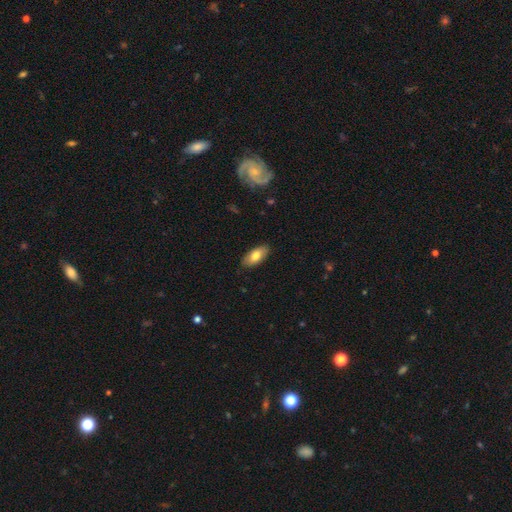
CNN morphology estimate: Smooth or featured? Predicted: smooth (p=0.75). How rounded? Predicted: in between (p=0.90). Merging? Predicted: none (p=0.87).